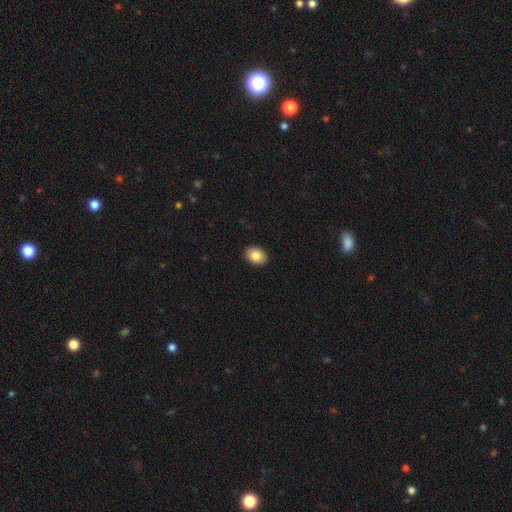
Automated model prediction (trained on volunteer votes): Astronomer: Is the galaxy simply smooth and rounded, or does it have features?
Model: smooth — 84%.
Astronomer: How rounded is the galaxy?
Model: in between — 70%.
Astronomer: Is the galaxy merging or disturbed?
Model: none — 91%.